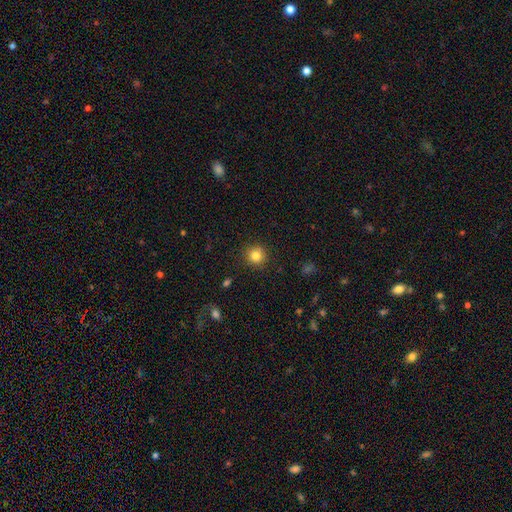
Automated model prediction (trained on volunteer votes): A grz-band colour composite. It shows a smooth galaxy with no disk features (83%) that is round (93%). Merging: none (90%).